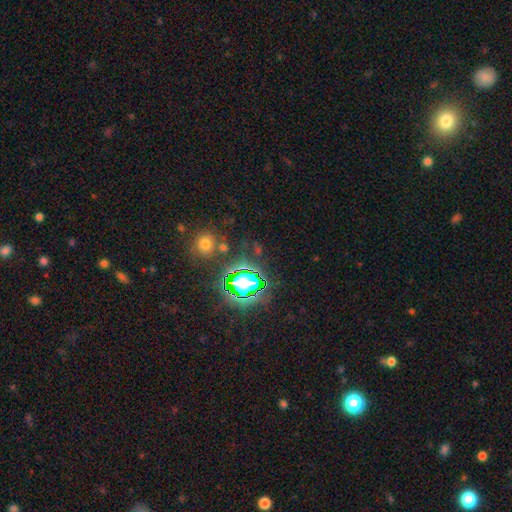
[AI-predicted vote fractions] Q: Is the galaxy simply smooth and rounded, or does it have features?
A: star or artifact — 79%.